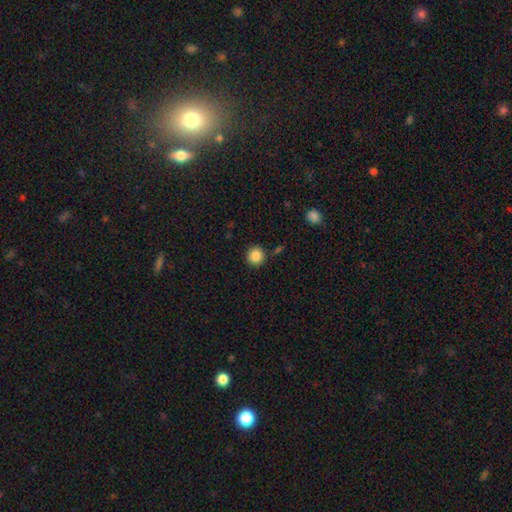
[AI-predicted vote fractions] Q: Smooth or featured?
A: smooth (87%); runner-up: star or artifact (9%)
Q: How rounded?
A: round (93%); runner-up: in between (6%)
Q: Merging?
A: none (87%); runner-up: minor disturbance (7%)